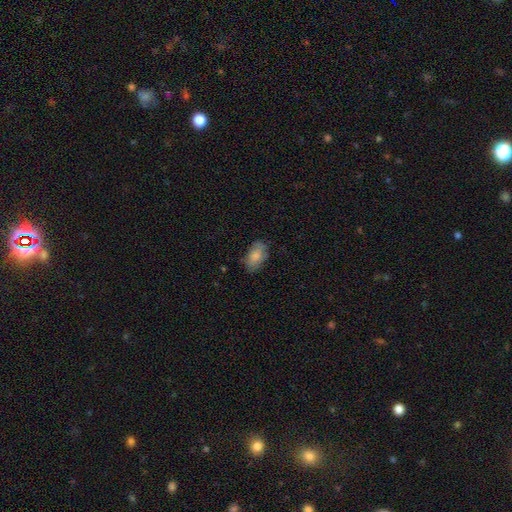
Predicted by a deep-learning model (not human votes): This appears to be a smooth galaxy with no disk features (81%) that is in between round and cigar-shaped (93%). Merging: none (76%).